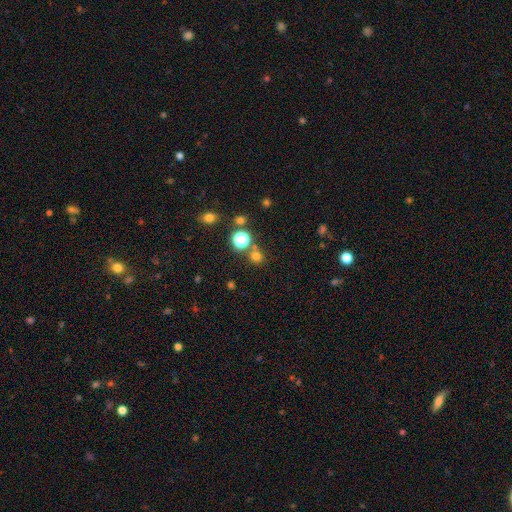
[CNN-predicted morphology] Smooth or featured?
  - smooth: 68% *
  - star or artifact: 26%
  - featured or disk: 6%
How rounded?
  - round: 88% *
  - in between: 11%
  - cigar-shaped: 1%
Merging?
  - none: 74% *
  - merger: 15%
  - minor disturbance: 8%
  - major disturbance: 3%